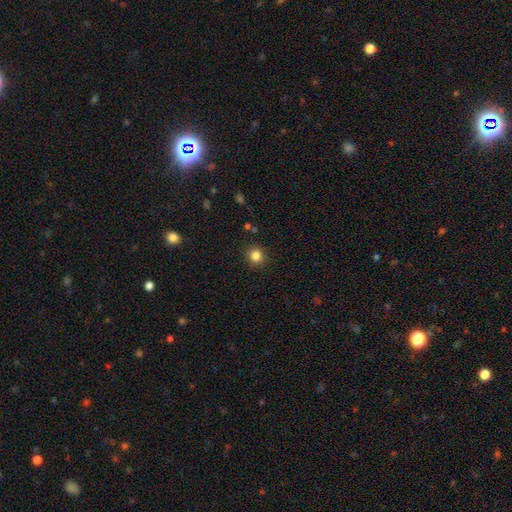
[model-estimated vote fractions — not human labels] Smooth or featured? smooth (84%)
How rounded? round (88%)
Merging? none (89%)